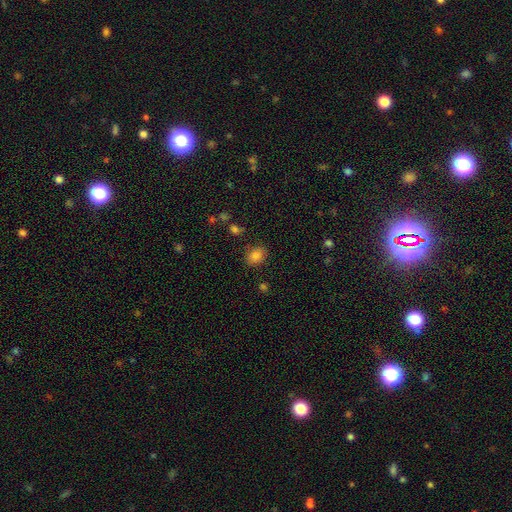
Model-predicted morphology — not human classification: Smooth or featured? smooth (83%)
How rounded? in between (53%)
Merging? none (84%)